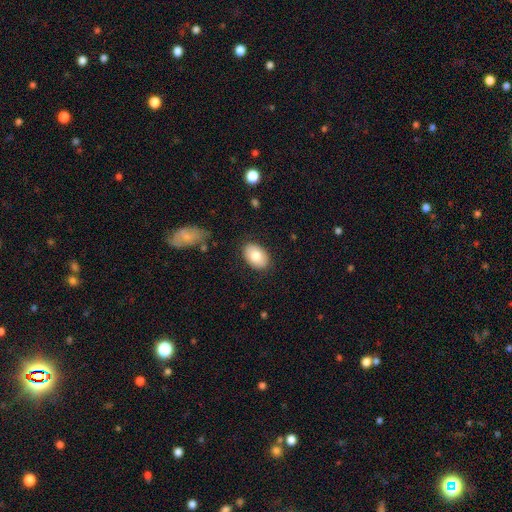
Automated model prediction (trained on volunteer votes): A smooth galaxy with no disk features (80%) that is in between round and cigar-shaped (87%).

Vote fractions:
- Smooth or featured? smooth: 80% / featured or disk: 13% / star or artifact: 7%
- How rounded? in between: 87% / round: 12% / cigar-shaped: 1%
- Merging? none: 86% / minor disturbance: 10% / major disturbance: 2% / merger: 1%